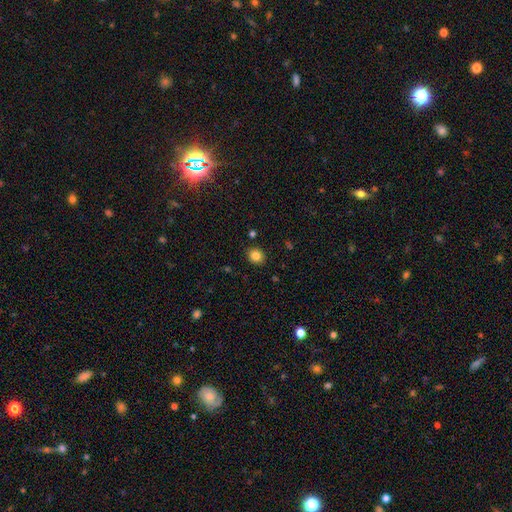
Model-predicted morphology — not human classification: Smooth or featured: smooth — 84% (star or artifact — 11%)
How rounded: round — 74% (in between — 25%)
Merging: none — 89% (minor disturbance — 7%)